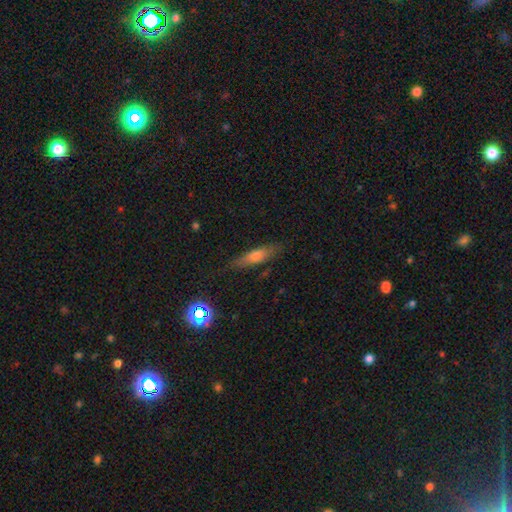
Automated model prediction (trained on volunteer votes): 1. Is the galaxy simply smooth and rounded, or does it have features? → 57% smooth, 32% featured or disk, 11% star or artifact.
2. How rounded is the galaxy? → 68% cigar-shaped, 29% in between, 3% round.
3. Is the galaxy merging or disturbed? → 80% none, 15% minor disturbance, 4% major disturbance, 2% merger.